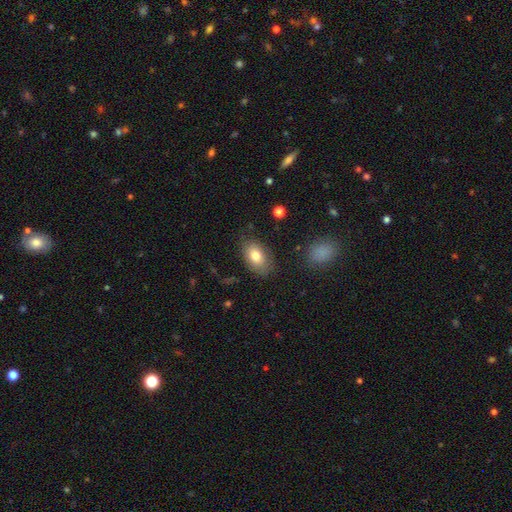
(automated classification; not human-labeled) Morphology: type=smooth (79%); roundness=in between (90%); merging=none (77%).